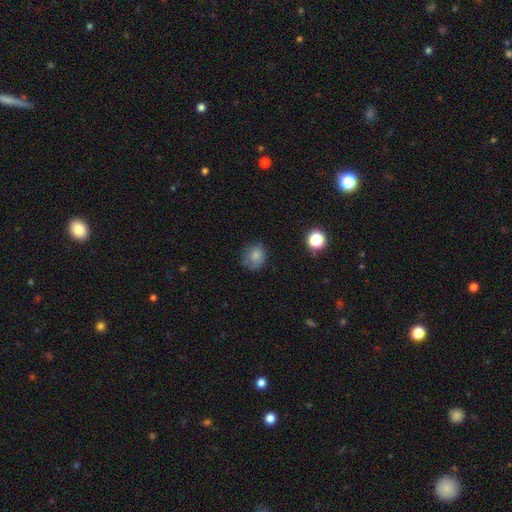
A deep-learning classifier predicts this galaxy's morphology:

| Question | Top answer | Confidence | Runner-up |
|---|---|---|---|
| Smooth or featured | smooth | 79% | star or artifact (11%) |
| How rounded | round | 78% | in between (21%) |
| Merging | none | 68% | minor disturbance (23%) |